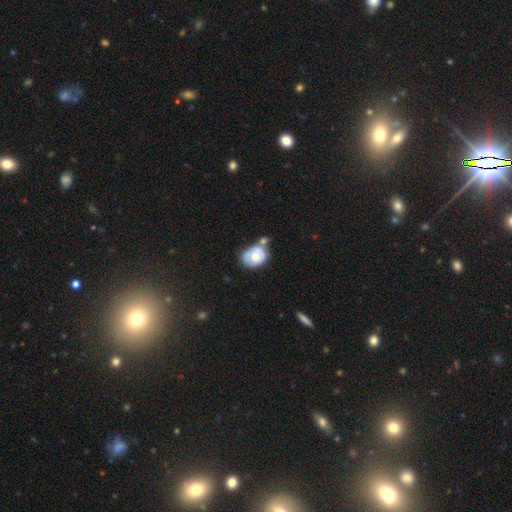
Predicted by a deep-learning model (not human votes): Smooth or featured? smooth (57%)
How rounded? in between (61%)
Merging? none (35%)